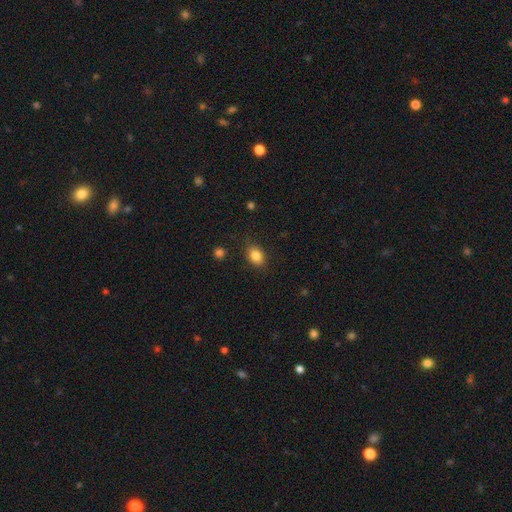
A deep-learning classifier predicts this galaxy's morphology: smooth-or-featured: smooth: 84% | star or artifact: 9% | featured or disk: 6%
  how-rounded: in between: 73% | round: 26% | cigar-shaped: 1%
  merging: none: 84% | minor disturbance: 12% | major disturbance: 3% | merger: 2%